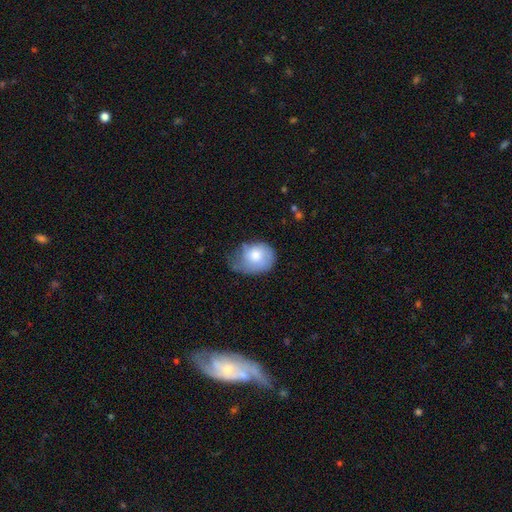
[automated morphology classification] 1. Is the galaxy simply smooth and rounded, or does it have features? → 68% smooth, 25% featured or disk, 6% star or artifact.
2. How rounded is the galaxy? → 50% in between, 49% round, 1% cigar-shaped.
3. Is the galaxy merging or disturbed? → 44% minor disturbance, 33% none, 21% major disturbance, 2% merger.